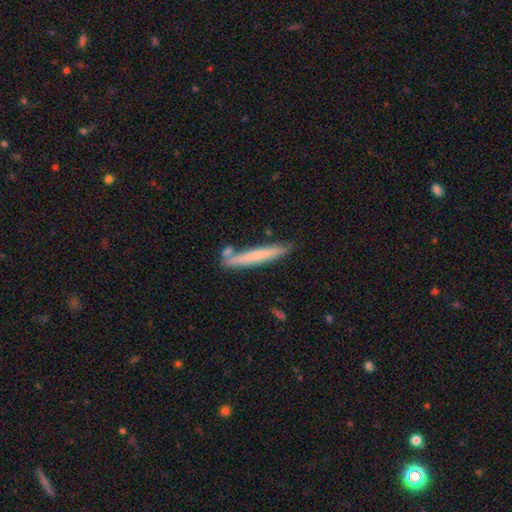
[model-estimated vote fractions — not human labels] Smooth or featured: smooth — 66% (featured or disk — 28%)
How rounded: cigar-shaped — 95% (in between — 4%)
Merging: none — 76% (minor disturbance — 14%)